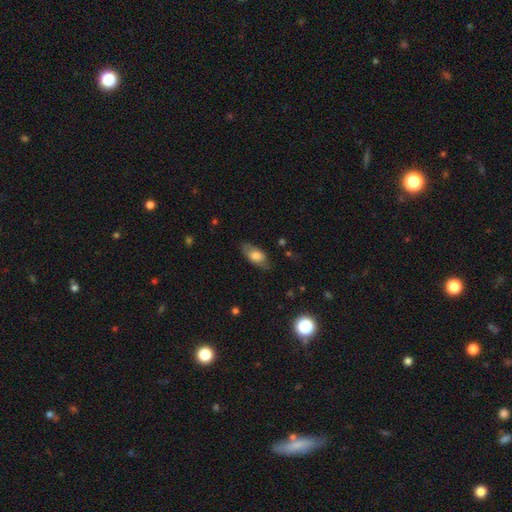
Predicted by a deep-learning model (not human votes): smooth 68%, featured or disk 25%, star or artifact 7%. Down the decision tree: how rounded — in between (87%); merging — none (74%).